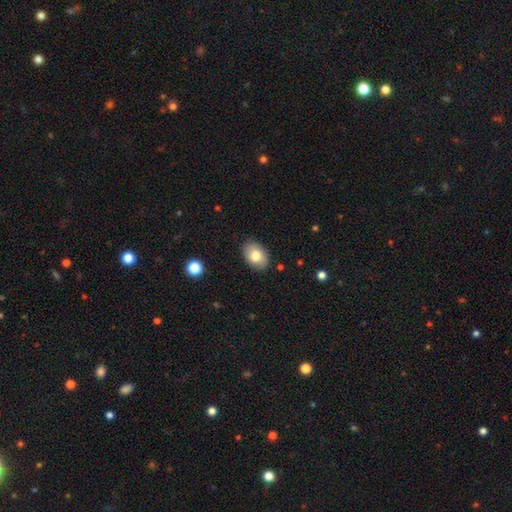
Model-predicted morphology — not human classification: The model was most divided on "smooth or featured": smooth: 79%, featured or disk: 14%, star or artifact: 7%. More confident: merging — none (86%); how rounded — in between (82%).